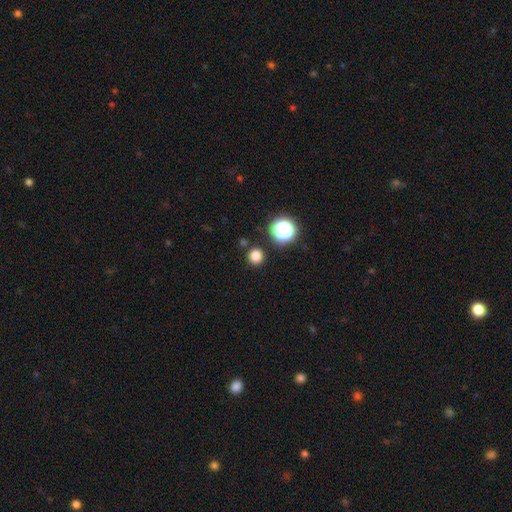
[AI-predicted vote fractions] Smooth or featured: smooth — 80% (star or artifact — 16%)
How rounded: round — 94% (in between — 5%)
Merging: none — 89% (minor disturbance — 5%)